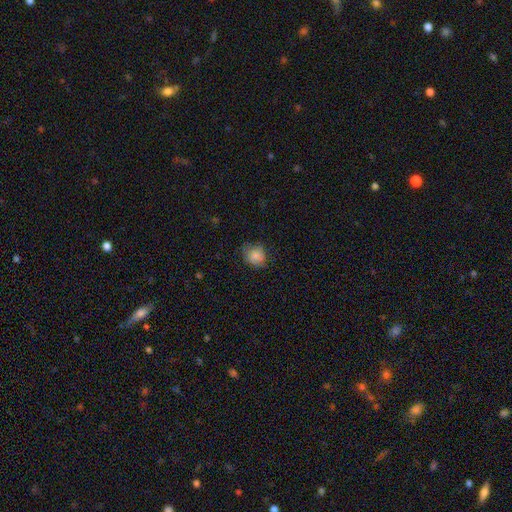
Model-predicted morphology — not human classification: This is clearly a smooth galaxy (85%). How rounded: likely round (75%). Merging: likely none (72%).